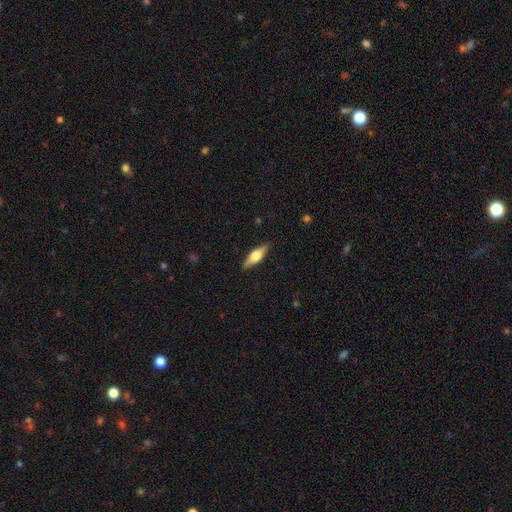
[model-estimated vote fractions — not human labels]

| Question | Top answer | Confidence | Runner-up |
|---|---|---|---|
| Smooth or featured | featured or disk | 54% | smooth (39%) |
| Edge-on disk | yes | 94% | no (6%) |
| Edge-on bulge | rounded | 91% | boxy (7%) |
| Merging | none | 88% | minor disturbance (9%) |